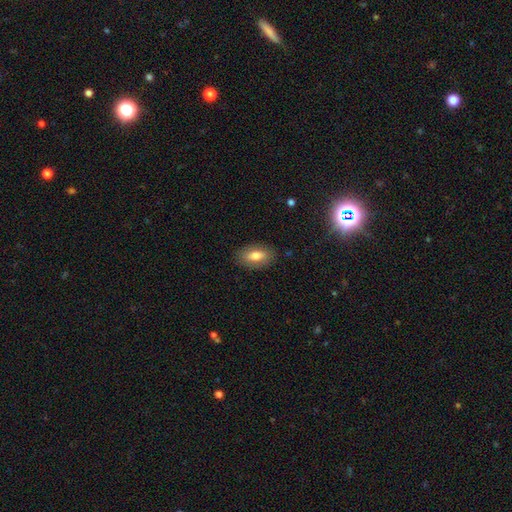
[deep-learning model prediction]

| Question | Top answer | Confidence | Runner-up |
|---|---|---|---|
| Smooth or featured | smooth | 74% | featured or disk (19%) |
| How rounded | in between | 88% | cigar-shaped (7%) |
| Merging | none | 85% | minor disturbance (11%) |